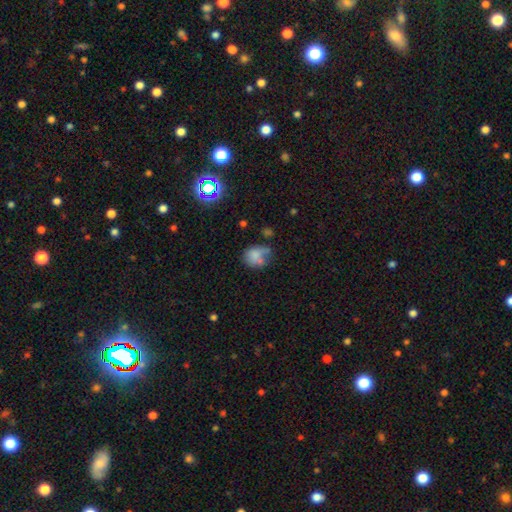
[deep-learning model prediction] smooth-or-featured: smooth: 70% | featured or disk: 17% | star or artifact: 13%
  how-rounded: round: 52% | in between: 47% | cigar-shaped: 1%
  merging: none: 35% | minor disturbance: 26% | merger: 20% | major disturbance: 19%